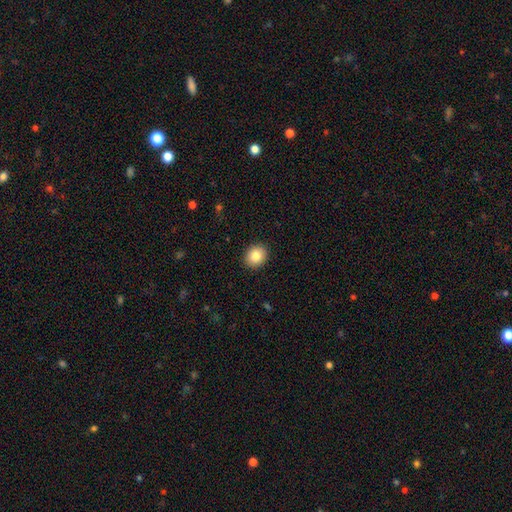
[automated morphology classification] smooth_or_featured: smooth (p=0.84) [alt: star or artifact p=0.09]
how_rounded: round (p=0.63) [alt: in between p=0.36]
merging: none (p=0.91) [alt: minor disturbance p=0.06]